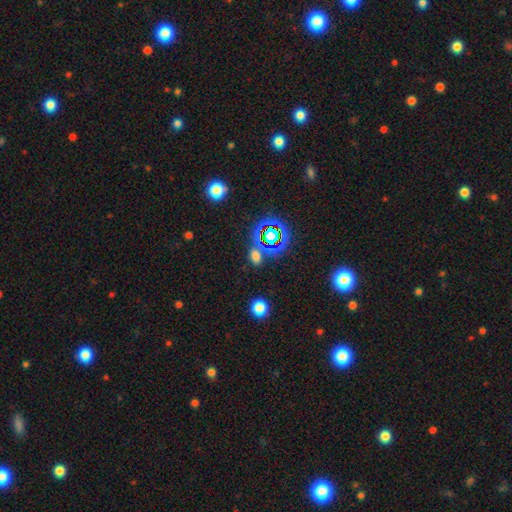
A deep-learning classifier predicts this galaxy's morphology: This is possibly a smooth galaxy (51%). How rounded: likely in between (71%). Merging: likely none (71%).